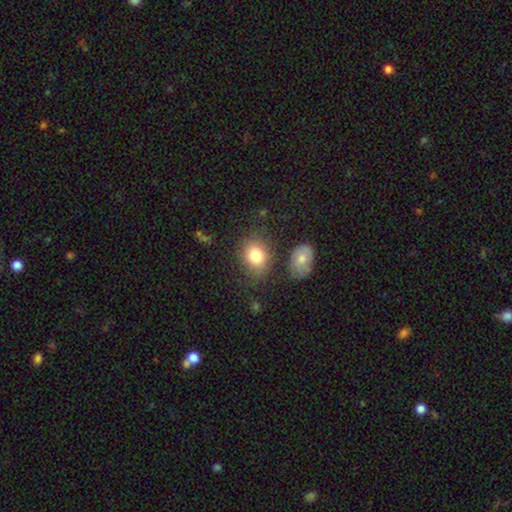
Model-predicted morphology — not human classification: Overall: smooth (81%). How rounded: in between (55%; round 44%). Merging: none (72%).